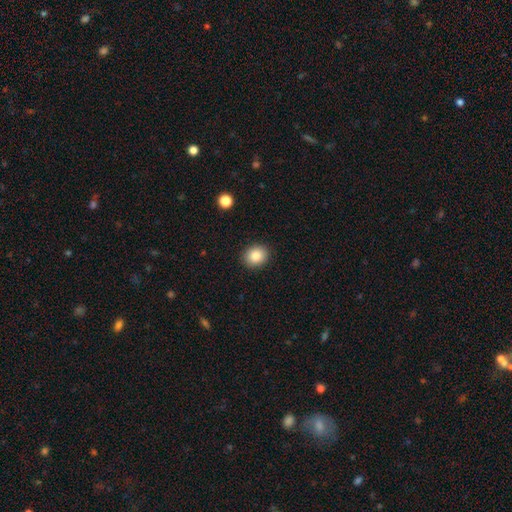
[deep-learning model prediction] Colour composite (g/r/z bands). It shows a smooth galaxy with no disk features (84%) that is round (70%). Merging: none (91%).